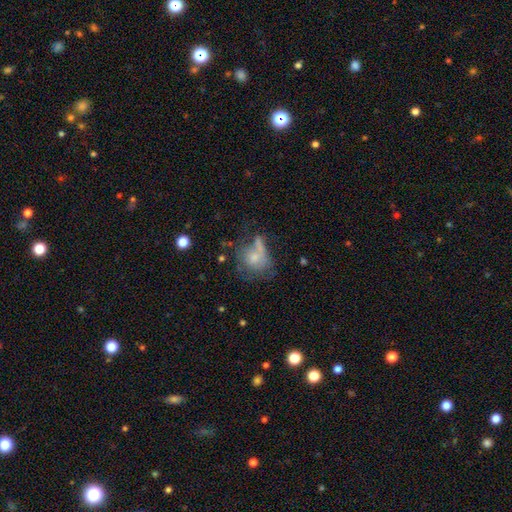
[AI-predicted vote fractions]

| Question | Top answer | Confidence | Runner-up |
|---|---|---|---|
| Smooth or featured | smooth | 59% | featured or disk (30%) |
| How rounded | round | 58% | in between (40%) |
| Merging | none | 34% | major disturbance (26%) |